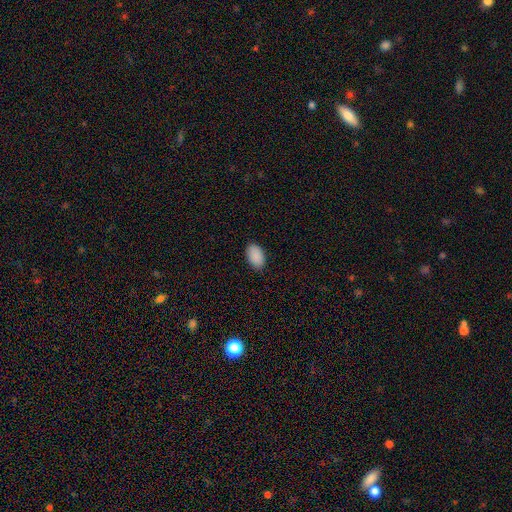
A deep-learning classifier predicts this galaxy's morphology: The model was most divided on "merging": none: 88%, minor disturbance: 9%, major disturbance: 2%, merger: 1%. More confident: how rounded — in between (93%); smooth or featured — smooth (91%).